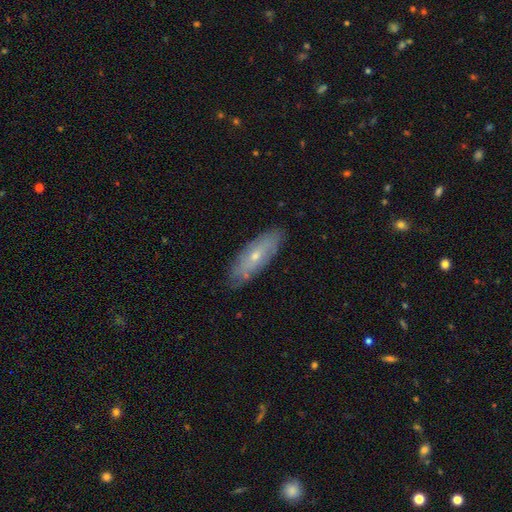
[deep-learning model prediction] Q: Smooth or featured?
A: featured or disk (49%); runner-up: smooth (44%)
Q: Merging?
A: none (82%); runner-up: minor disturbance (14%)